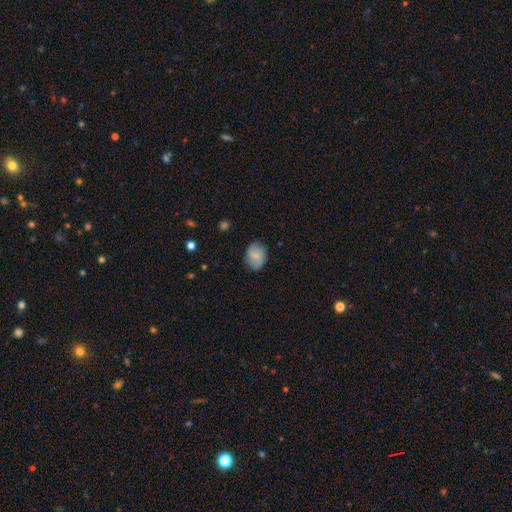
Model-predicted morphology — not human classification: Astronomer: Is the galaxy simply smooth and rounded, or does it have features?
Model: smooth — 72%.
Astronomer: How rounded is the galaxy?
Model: in between — 57% (runner-up: round, 42%).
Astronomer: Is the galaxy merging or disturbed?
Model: none — 79%.